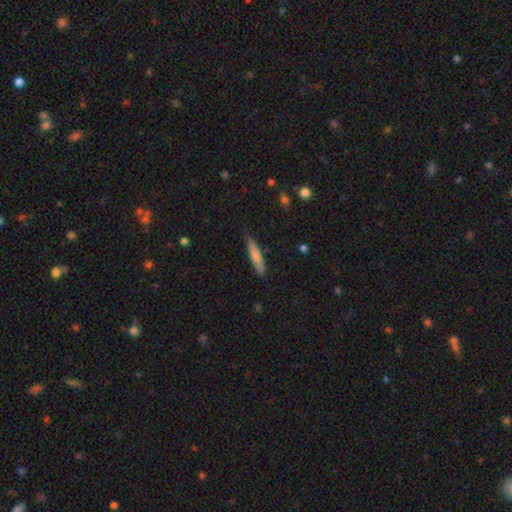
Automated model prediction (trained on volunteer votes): This is likely a smooth galaxy (79%). How rounded: clearly cigar-shaped (86%). Merging: clearly none (81%).